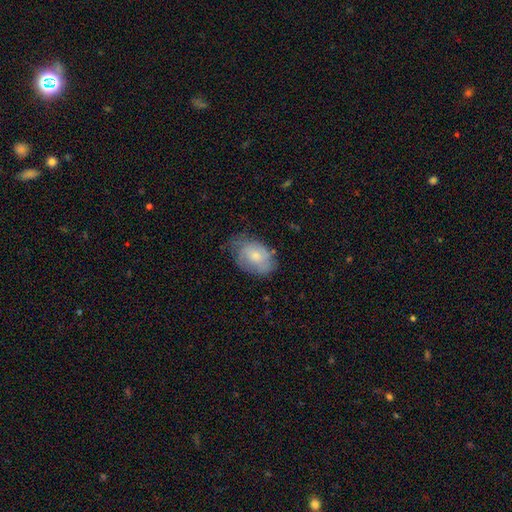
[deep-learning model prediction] A smooth galaxy with no disk features (60%) that is in between round and cigar-shaped (83%). Merging: none (52%).